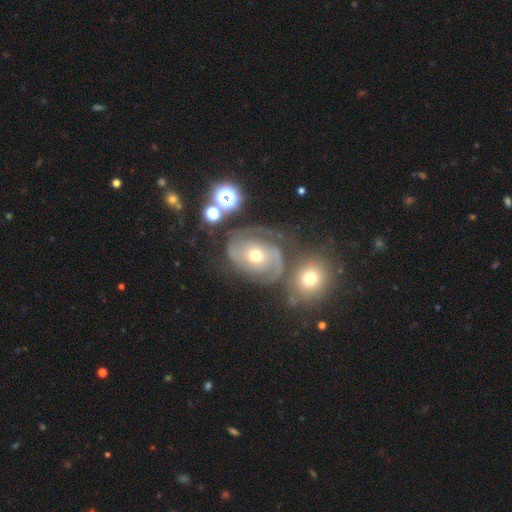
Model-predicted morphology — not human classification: A featured or disk galaxy (83%) with no bar (72%), 2 (60%) tight (58%) spiral arms (95%) and a moderate central bulge (66%).

Vote fractions:
- Smooth or featured? featured or disk: 83% / smooth: 9% / star or artifact: 8%
- Edge-on disk? no: 97% / yes: 3%
- Bar? no: 72% / weak: 22% / strong: 6%
- Spiral arms? yes: 95% / no: 5%
- Spiral winding? tight: 58% / medium: 35% / loose: 8%
- Spiral arm count? 2: 60% / can't tell: 15% / 3: 14% / 1: 4% / 4: 3% / more than 4: 3%
- Bulge size? moderate: 66% / small: 28% / large: 4% / none: 1% / dominant: 1%
- Merging? none: 56% / minor disturbance: 17% / merger: 15% / major disturbance: 11%